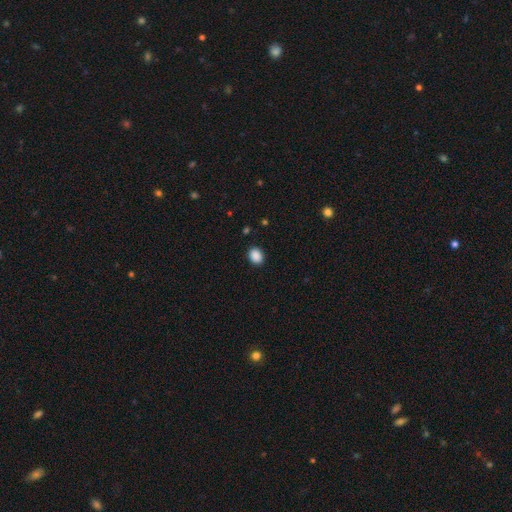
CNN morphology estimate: The model was most divided on "how rounded": in between: 59%, round: 40%, cigar-shaped: 1%. More confident: merging — none (89%); smooth or featured — smooth (89%).